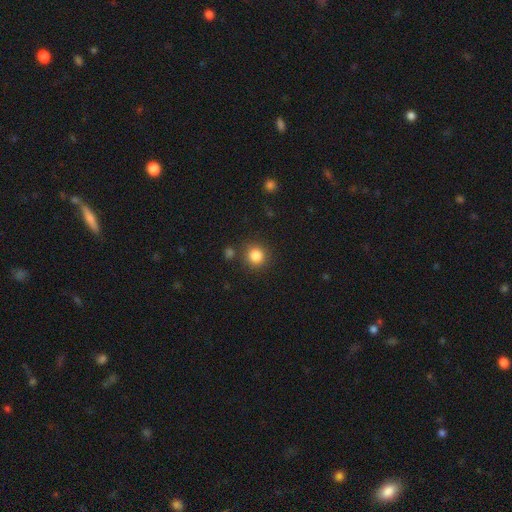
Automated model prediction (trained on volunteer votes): A smooth galaxy with no disk features (84%) that is round (92%).

Vote fractions:
- Smooth or featured? smooth: 84% / star or artifact: 11% / featured or disk: 5%
- How rounded? round: 92% / in between: 7% / cigar-shaped: 1%
- Merging? none: 84% / minor disturbance: 8% / merger: 5% / major disturbance: 3%